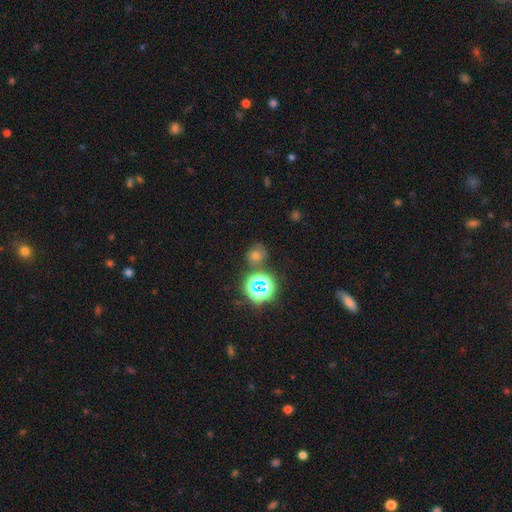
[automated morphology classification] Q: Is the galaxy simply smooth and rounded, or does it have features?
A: smooth — 54%.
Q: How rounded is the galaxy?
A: round — 78%.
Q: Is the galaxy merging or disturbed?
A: none — 67%.